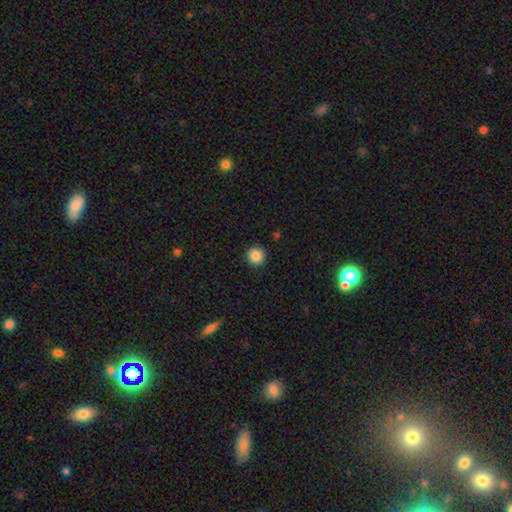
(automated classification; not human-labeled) smooth 86%, star or artifact 10%, featured or disk 4%. Down the decision tree: how rounded — round (96%); merging — none (92%).